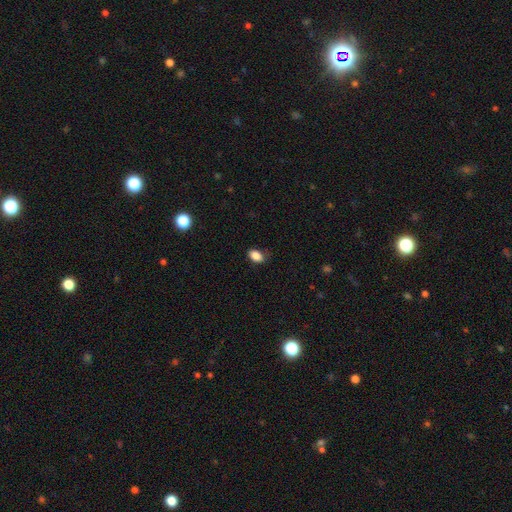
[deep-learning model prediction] A smooth galaxy with no disk features (87%) that is in between round and cigar-shaped (84%).

Vote fractions:
- Smooth or featured? smooth: 87% / star or artifact: 9% / featured or disk: 4%
- How rounded? in between: 84% / round: 15% / cigar-shaped: 1%
- Merging? none: 77% / minor disturbance: 18% / major disturbance: 4% / merger: 1%